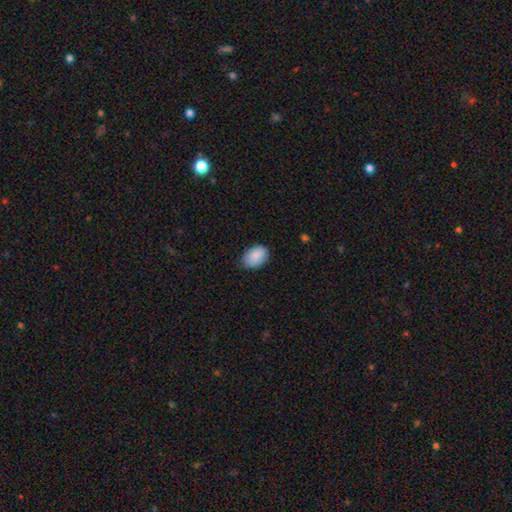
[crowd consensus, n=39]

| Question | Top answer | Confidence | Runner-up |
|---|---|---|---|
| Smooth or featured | smooth | 92% | star or artifact (5%) |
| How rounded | in between | 86% | round (14%) |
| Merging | none | 81% | minor disturbance (16%) |